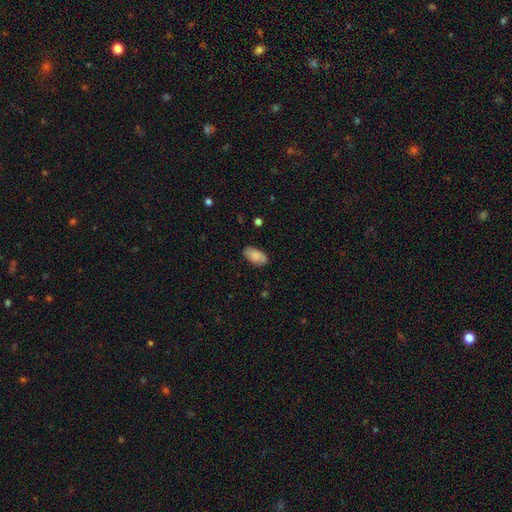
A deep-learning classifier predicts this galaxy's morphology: Smooth or featured?
  - smooth: 78% *
  - featured or disk: 15%
  - star or artifact: 7%
How rounded?
  - in between: 94% *
  - round: 4%
  - cigar-shaped: 3%
Merging?
  - none: 81% *
  - minor disturbance: 15%
  - major disturbance: 3%
  - merger: 1%